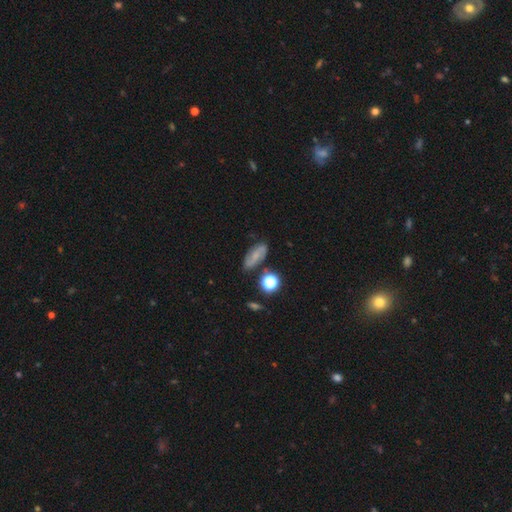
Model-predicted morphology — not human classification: featured or disk 44%, smooth 43%, star or artifact 13%. Down the decision tree: merging — none (75%).